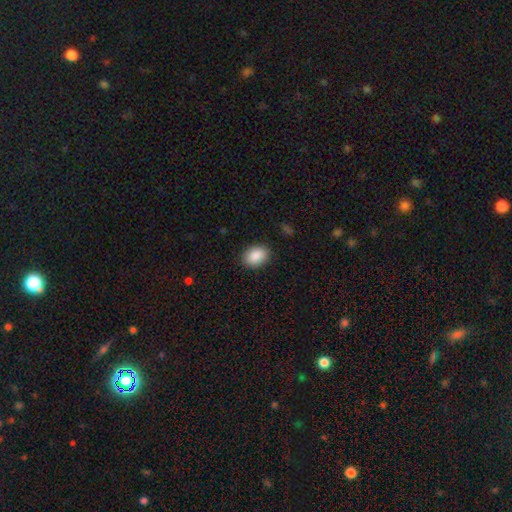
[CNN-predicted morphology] Smooth or featured? Predicted: smooth (p=0.89). How rounded? Predicted: in between (p=0.74). Merging? Predicted: none (p=0.89).